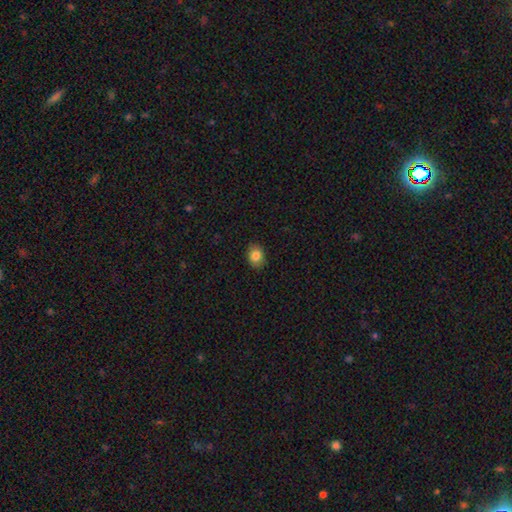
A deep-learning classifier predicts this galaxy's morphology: smooth-or-featured: smooth: 84% | star or artifact: 10% | featured or disk: 7%
  how-rounded: in between: 61% | round: 38% | cigar-shaped: 1%
  merging: none: 88% | minor disturbance: 9% | major disturbance: 2% | merger: 1%